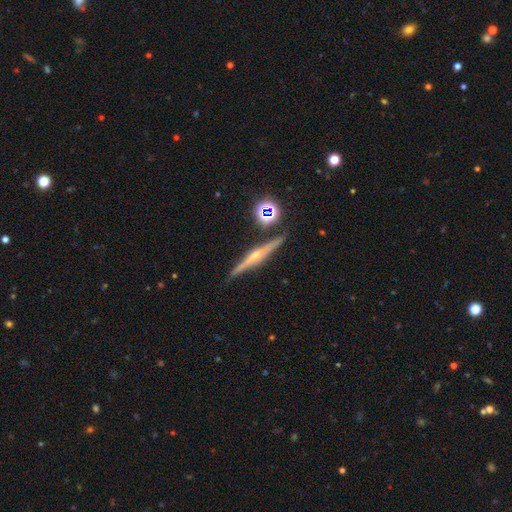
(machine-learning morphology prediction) A featured or disk galaxy (80%) viewed edge-on (98%) with a rounded central bulge (85%).

Vote fractions:
- Smooth or featured? featured or disk: 80% / smooth: 12% / star or artifact: 8%
- Edge-on disk? yes: 98% / no: 2%
- Edge-on bulge? rounded: 85% / none: 9% / boxy: 6%
- Merging? none: 89% / minor disturbance: 7% / merger: 3% / major disturbance: 2%